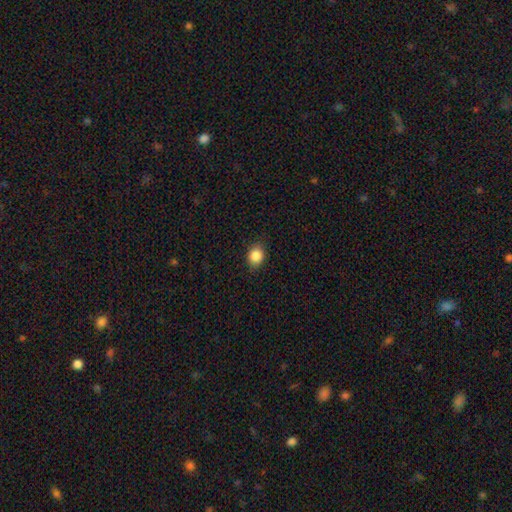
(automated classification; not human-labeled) A smooth galaxy with no disk features (87%) that is in between round and cigar-shaped (50%).

Vote fractions:
- Smooth or featured? smooth: 87% / star or artifact: 9% / featured or disk: 4%
- How rounded? in between: 50% / round: 49% / cigar-shaped: 1%
- Merging? none: 86% / minor disturbance: 11% / major disturbance: 3% / merger: 1%